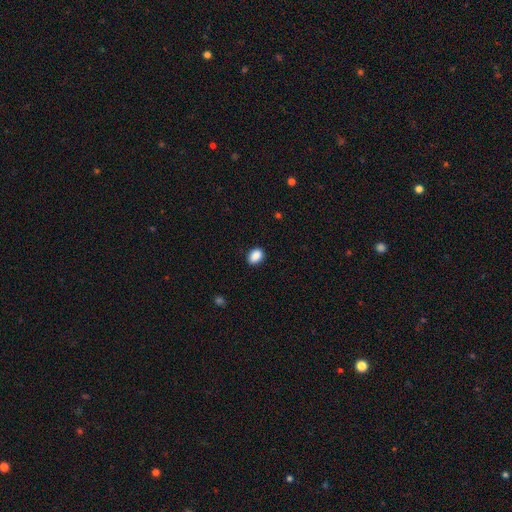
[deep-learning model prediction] Morphology: type=smooth (89%); roundness=in between (71%); merging=none (88%).